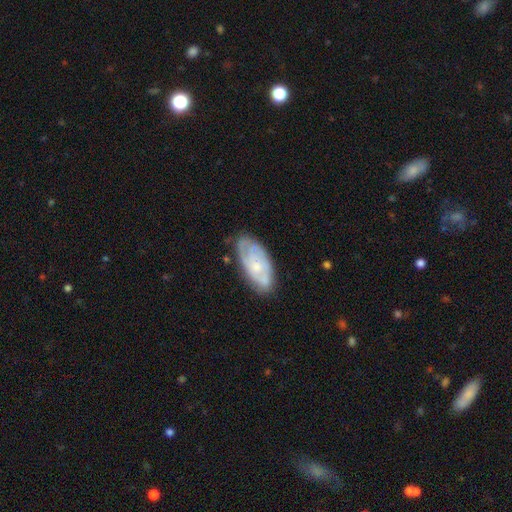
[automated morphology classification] smooth_or_featured: featured or disk (p=0.65) [alt: smooth p=0.29]
disk_edge_on: no (p=0.93) [alt: yes p=0.07]
bar: no (p=0.76) [alt: weak p=0.21]
has_spiral_arms: yes (p=0.81) [alt: no p=0.19]
bulge_size: small (p=0.57) [alt: moderate p=0.32]
merging: none (p=0.70) [alt: minor disturbance p=0.23]